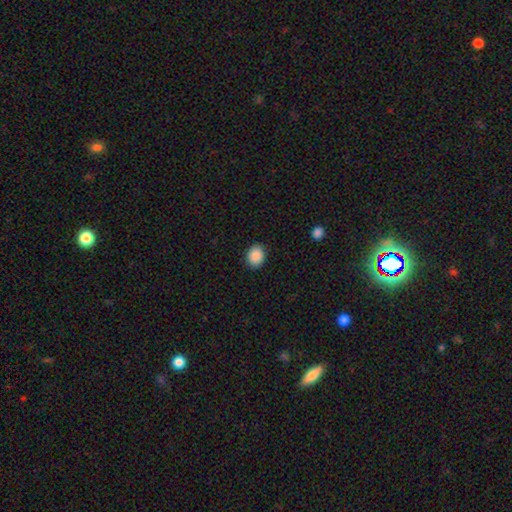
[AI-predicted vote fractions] This is clearly a smooth galaxy (89%). How rounded: possibly in between (50%). Merging: clearly none (89%).